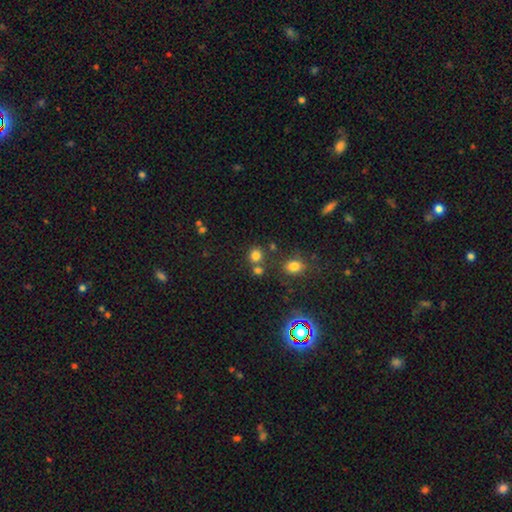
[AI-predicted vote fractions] A smooth galaxy with no disk features (75%) that is round (85%). Merging: none (68%).